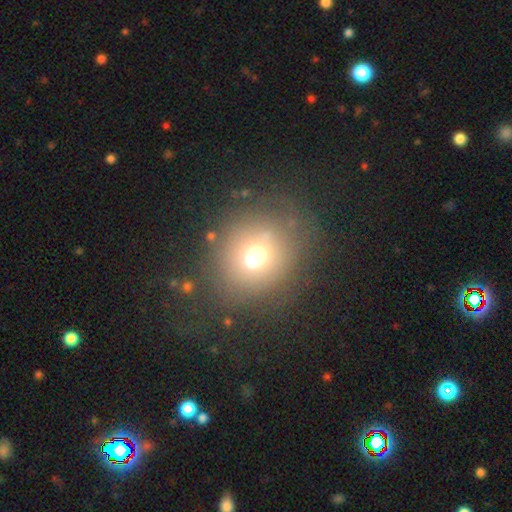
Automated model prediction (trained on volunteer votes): A smooth galaxy with no disk features (64%) that is round (75%). Merging: none (68%).